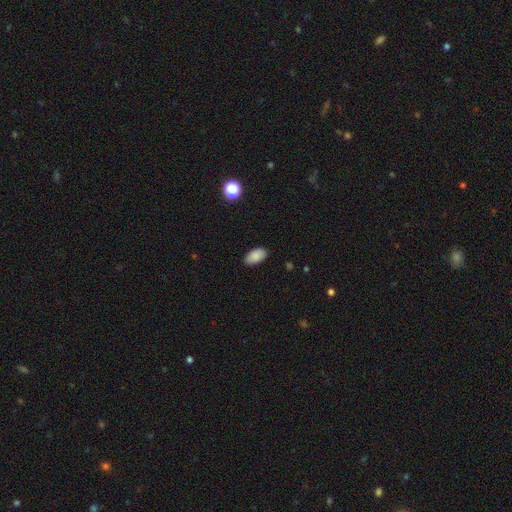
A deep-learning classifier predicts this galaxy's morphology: smooth 87%, star or artifact 8%, featured or disk 5%. Down the decision tree: how rounded — in between (94%); merging — none (85%).